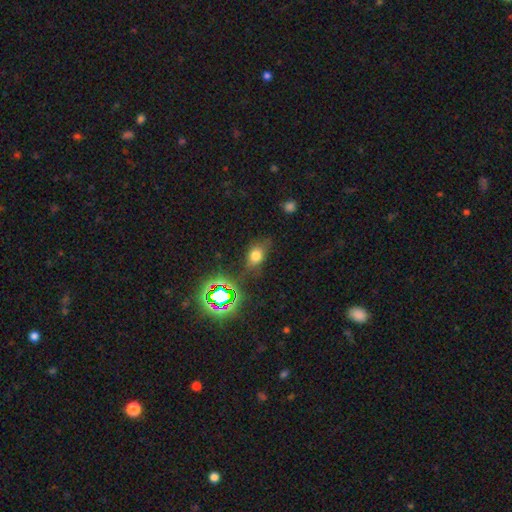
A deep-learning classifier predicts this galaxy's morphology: smooth 65%, star or artifact 22%, featured or disk 13%. Down the decision tree: how rounded — in between (72%); merging — none (70%).